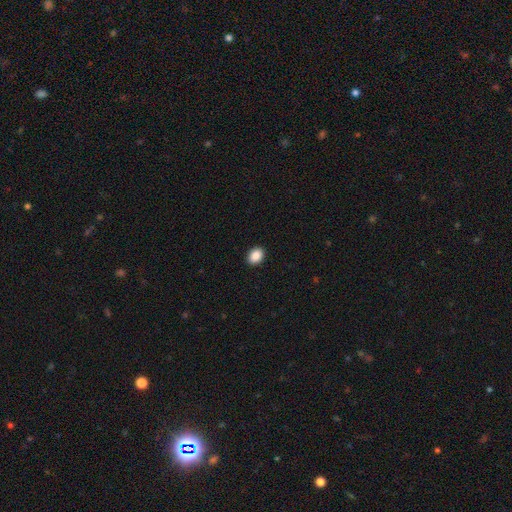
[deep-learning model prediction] Smooth or featured: smooth — 89% (star or artifact — 8%)
How rounded: in between — 67% (round — 32%)
Merging: none — 92% (minor disturbance — 6%)